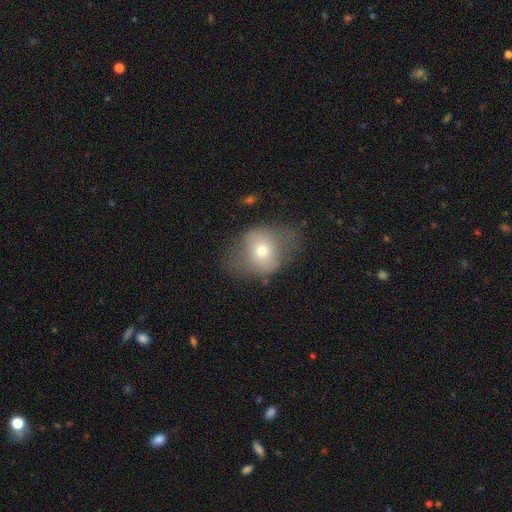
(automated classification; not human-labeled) A smooth galaxy with no disk features (57%) that is round (51%). Merging: none (56%).